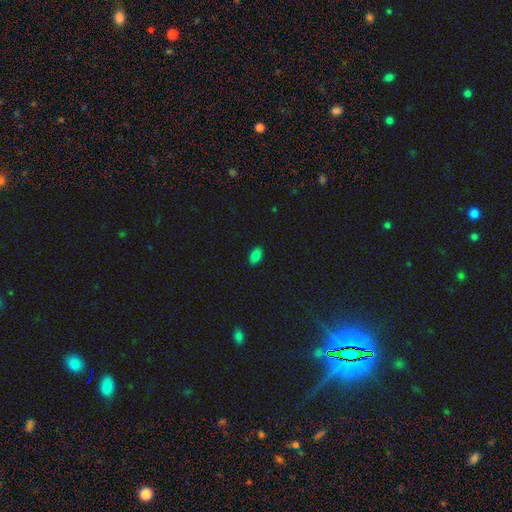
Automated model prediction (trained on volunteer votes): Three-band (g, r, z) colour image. It shows a smooth galaxy with no disk features (84%) that is in between round and cigar-shaped (90%). Merging: none (88%).